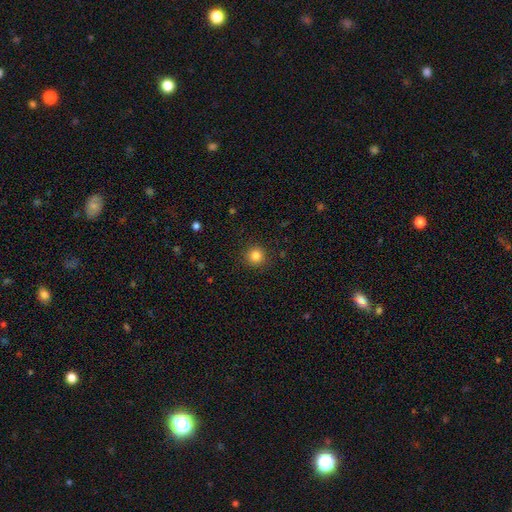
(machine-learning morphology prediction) Smooth or featured? smooth (83%)
How rounded? round (94%)
Merging? none (91%)